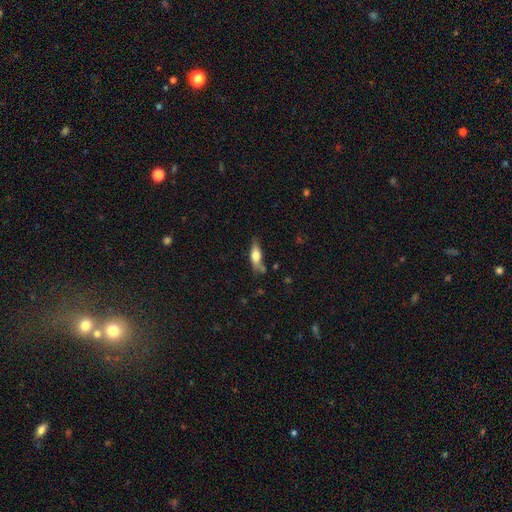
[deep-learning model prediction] A smooth galaxy with no disk features (60%) that is in between round and cigar-shaped (56%). Merging: none (62%).